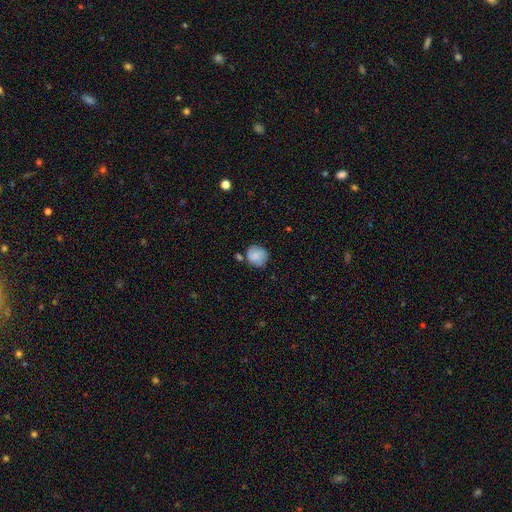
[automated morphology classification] type=smooth (74%); roundness=round (84%); merging=none (69%).